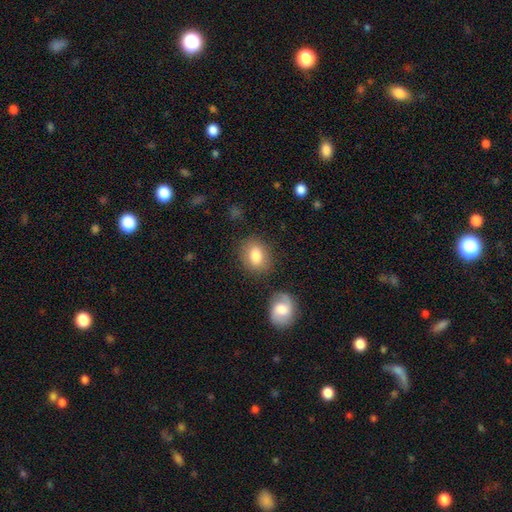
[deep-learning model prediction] This appears to be a smooth galaxy with no disk features (82%) that is in between round and cigar-shaped (55%). Merging: none (81%).